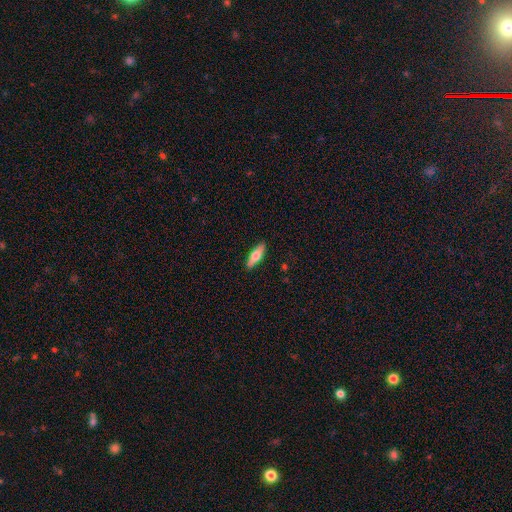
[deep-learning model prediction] smooth_or_featured: smooth (p=0.60) [alt: featured or disk p=0.34]
how_rounded: cigar-shaped (p=0.55) [alt: in between p=0.43]
merging: none (p=0.90) [alt: minor disturbance p=0.08]